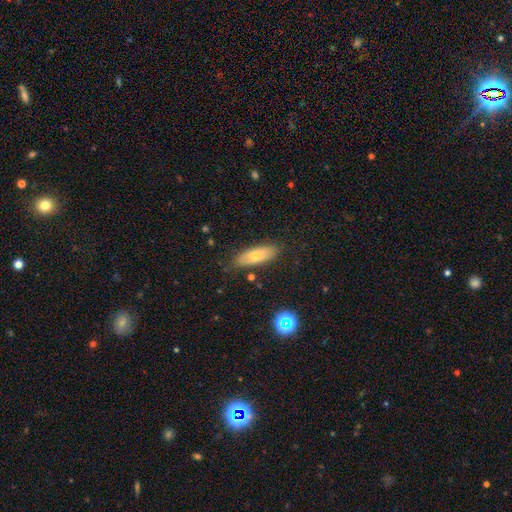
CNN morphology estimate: Q: Smooth or featured?
A: smooth (70%); runner-up: featured or disk (22%)
Q: How rounded?
A: in between (60%); runner-up: cigar-shaped (38%)
Q: Merging?
A: none (81%); runner-up: minor disturbance (14%)